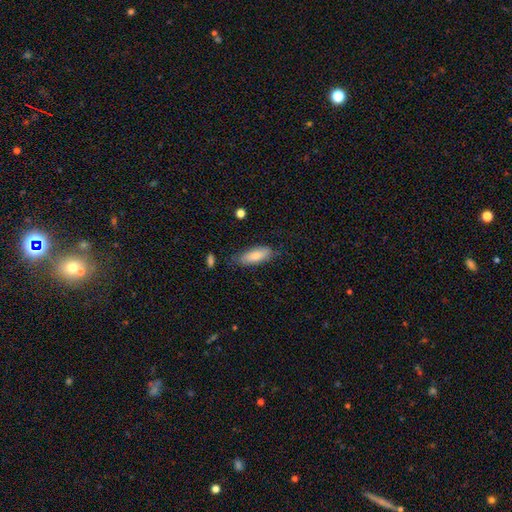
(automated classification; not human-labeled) Smooth or featured?
  - smooth: 82% *
  - featured or disk: 11%
  - star or artifact: 6%
How rounded?
  - in between: 69% *
  - cigar-shaped: 29%
  - round: 2%
Merging?
  - none: 72% *
  - minor disturbance: 21%
  - major disturbance: 5%
  - merger: 2%